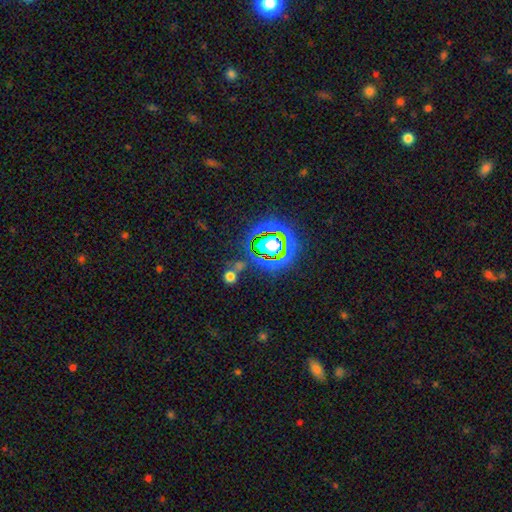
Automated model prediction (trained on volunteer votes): smooth-or-featured: star or artifact: 77% | smooth: 13% | featured or disk: 9%